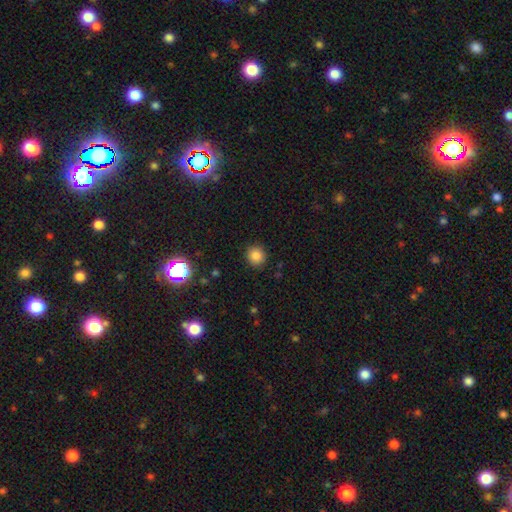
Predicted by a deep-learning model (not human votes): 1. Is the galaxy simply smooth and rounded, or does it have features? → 84% smooth, 12% star or artifact, 4% featured or disk.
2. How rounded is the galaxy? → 90% round, 9% in between, 1% cigar-shaped.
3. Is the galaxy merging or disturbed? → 90% none, 6% minor disturbance, 2% major disturbance, 1% merger.